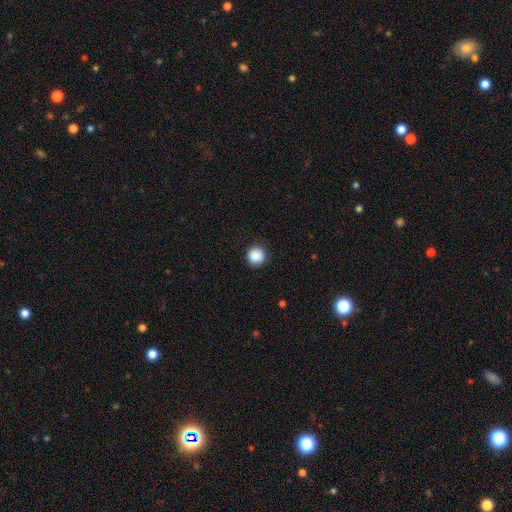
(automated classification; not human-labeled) The model was most divided on "smooth or featured": smooth: 88%, star or artifact: 9%, featured or disk: 3%. More confident: how rounded — round (95%); merging — none (90%).